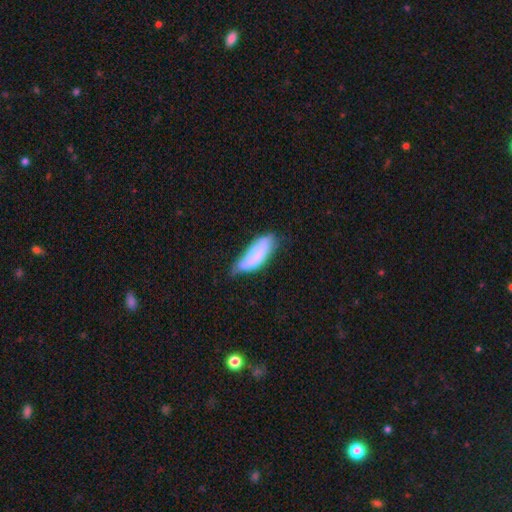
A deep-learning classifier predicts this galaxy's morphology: smooth-or-featured: smooth: 67% | featured or disk: 26% | star or artifact: 7%
  how-rounded: in between: 64% | cigar-shaped: 34% | round: 2%
  merging: minor disturbance: 43% | none: 34% | major disturbance: 17% | merger: 6%